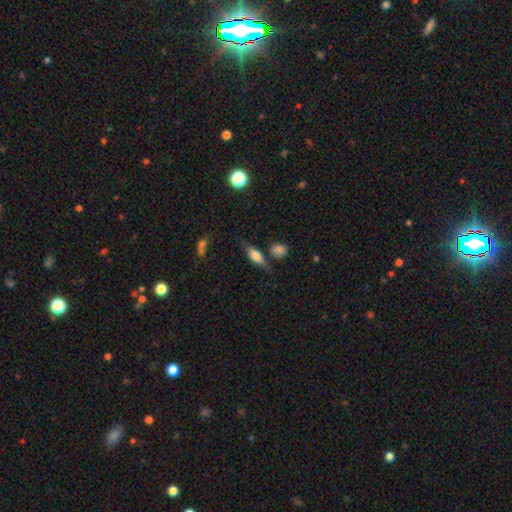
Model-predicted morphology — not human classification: Smooth or featured?
  - featured or disk: 46% *
  - smooth: 45%
  - star or artifact: 8%
Merging?
  - none: 71% *
  - minor disturbance: 17%
  - major disturbance: 6%
  - merger: 5%